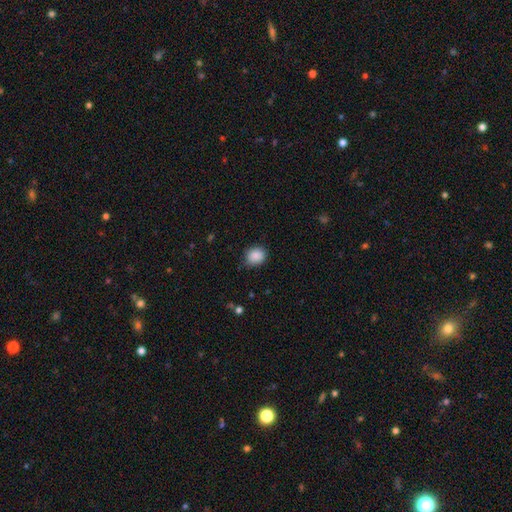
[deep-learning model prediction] This appears to be a smooth galaxy with no disk features (88%) that is round (62%). Merging: none (80%).